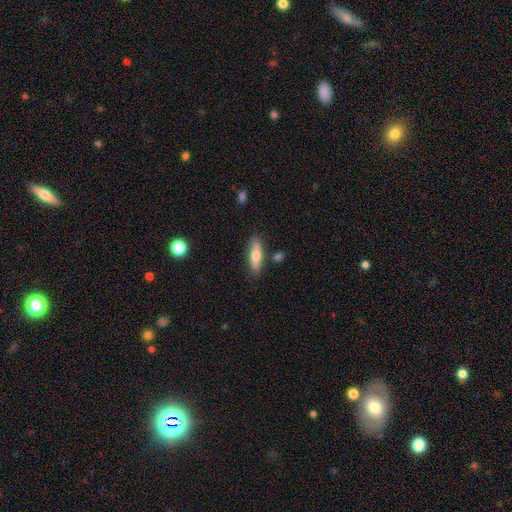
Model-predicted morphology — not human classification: A smooth galaxy with no disk features (63%) that is cigar-shaped (54%). Merging: none (81%).